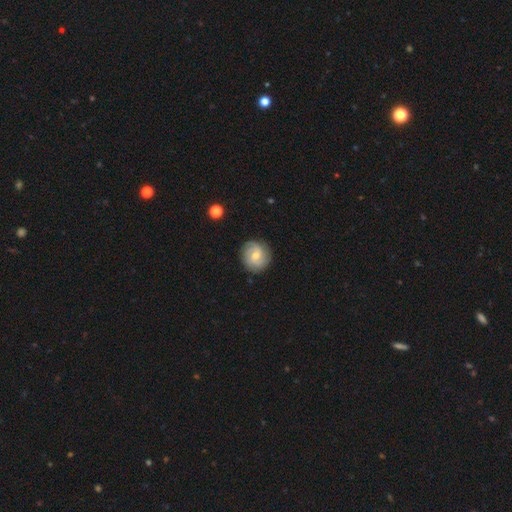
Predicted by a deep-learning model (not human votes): featured or disk 72%, smooth 21%, star or artifact 7%. Down the decision tree: edge-on disk — no (98%); bar — no (51%); spiral arms — yes (94%); spiral arm count — 3 (30%, tied with 2); spiral winding — tight (59%); bulge size — small (49%); merging — none (86%).